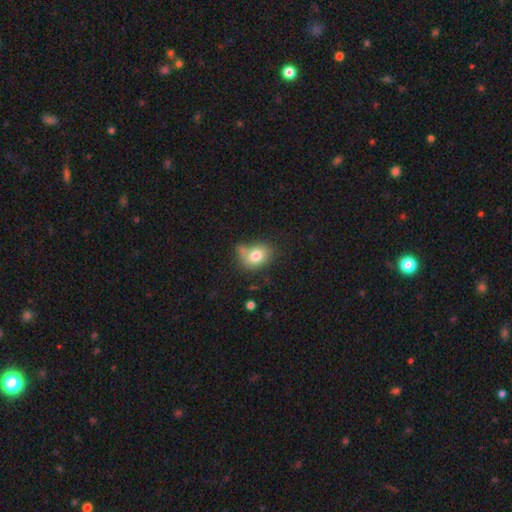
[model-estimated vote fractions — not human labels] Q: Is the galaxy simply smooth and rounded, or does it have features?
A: smooth — 80%.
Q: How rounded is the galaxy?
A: in between — 62%.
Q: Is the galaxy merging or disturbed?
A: none — 55%.